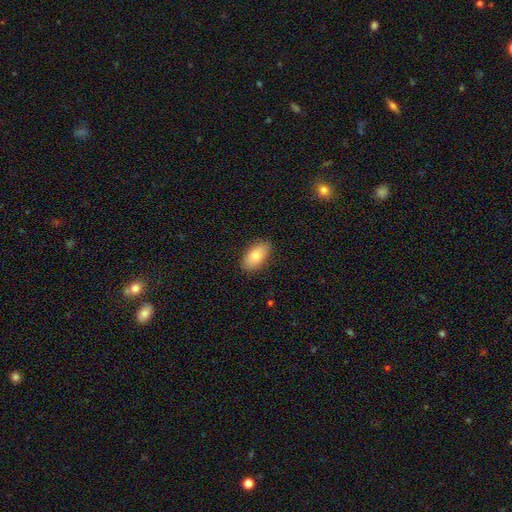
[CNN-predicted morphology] A smooth galaxy with no disk features (81%) that is in between round and cigar-shaped (92%).

Vote fractions:
- Smooth or featured? smooth: 81% / featured or disk: 12% / star or artifact: 7%
- How rounded? in between: 92% / cigar-shaped: 4% / round: 3%
- Merging? none: 87% / minor disturbance: 10% / major disturbance: 2% / merger: 1%